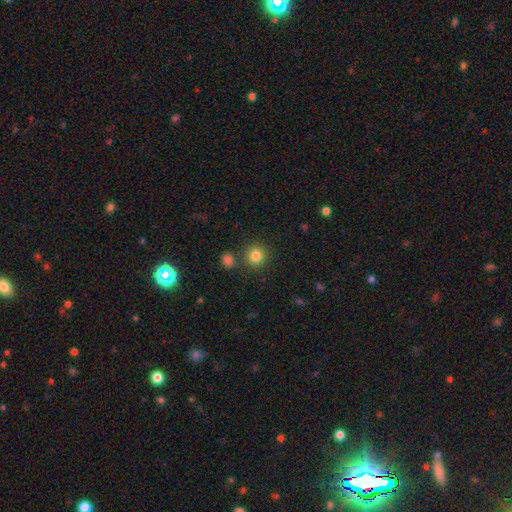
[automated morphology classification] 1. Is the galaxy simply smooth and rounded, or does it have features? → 83% smooth, 11% star or artifact, 6% featured or disk.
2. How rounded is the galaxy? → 93% round, 7% in between, 1% cigar-shaped.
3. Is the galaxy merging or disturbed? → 84% none, 7% minor disturbance, 6% merger, 3% major disturbance.